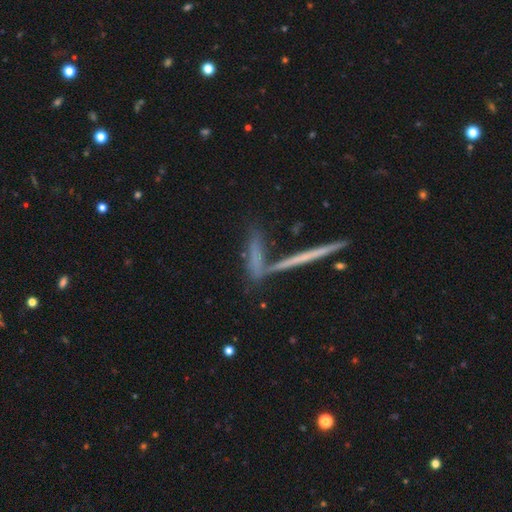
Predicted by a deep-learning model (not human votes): Smooth or featured?
  - smooth: 52% *
  - featured or disk: 38%
  - star or artifact: 10%
How rounded?
  - cigar-shaped: 85% *
  - in between: 11%
  - round: 4%
Merging?
  - none: 58% *
  - merger: 23%
  - minor disturbance: 13%
  - major disturbance: 6%